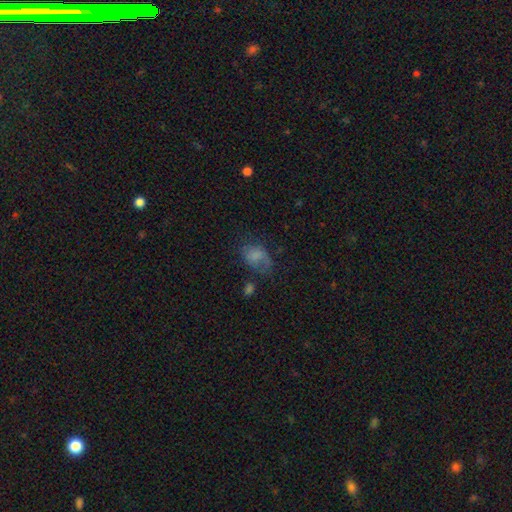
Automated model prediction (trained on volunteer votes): This is likely a smooth galaxy (63%). How rounded: likely in between (75%). Merging: marginally none (37%).